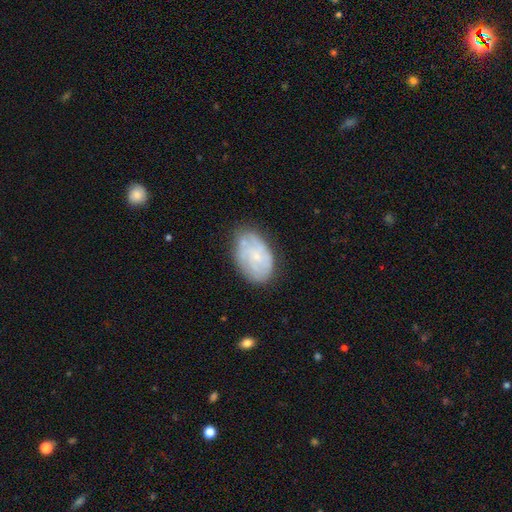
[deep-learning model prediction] Morphology: type=featured or disk (54%); edge-on=no (97%); bar=no (79%); spiral arms=yes (59%); bulge=small (71%); merging=none (61%).